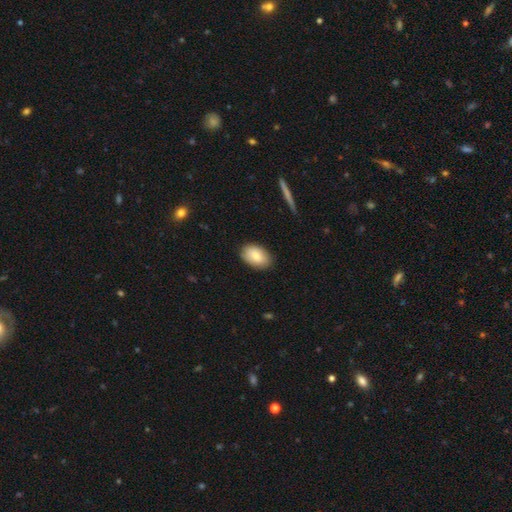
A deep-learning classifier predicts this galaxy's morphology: Q: Smooth or featured?
A: smooth (80%); runner-up: featured or disk (13%)
Q: How rounded?
A: in between (89%); runner-up: round (10%)
Q: Merging?
A: none (85%); runner-up: minor disturbance (12%)